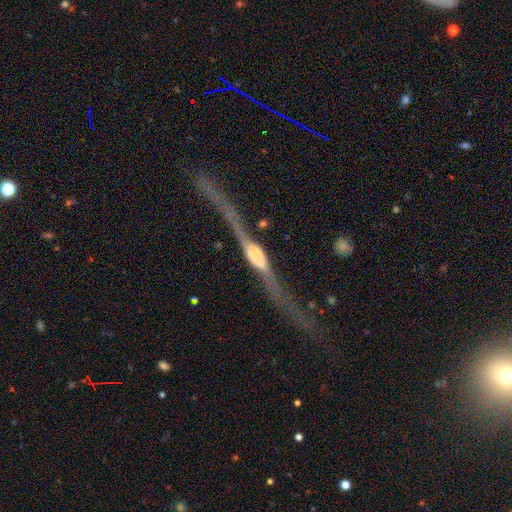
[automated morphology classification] type=featured or disk (84%); edge-on=yes (86%); edge-on bulge=rounded (67%); merging=none (53%).